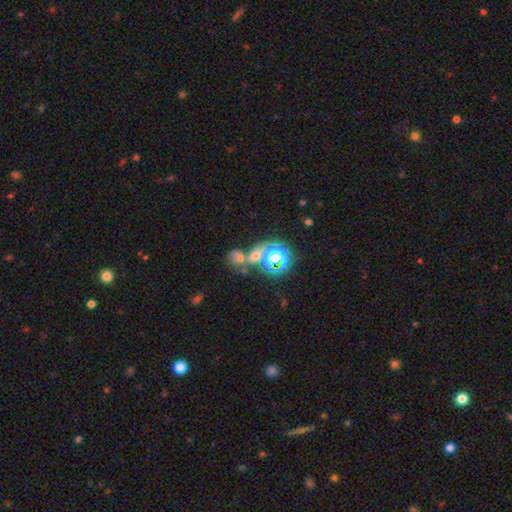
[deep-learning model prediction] smooth 42%, star or artifact 41%, featured or disk 16%. Down the decision tree: merging — merger (51%).